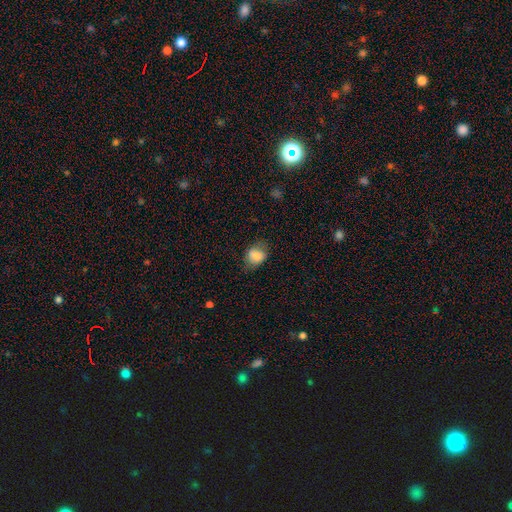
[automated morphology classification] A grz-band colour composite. It shows a smooth galaxy with no disk features (81%) that is in between round and cigar-shaped (58%). Merging: none (67%).